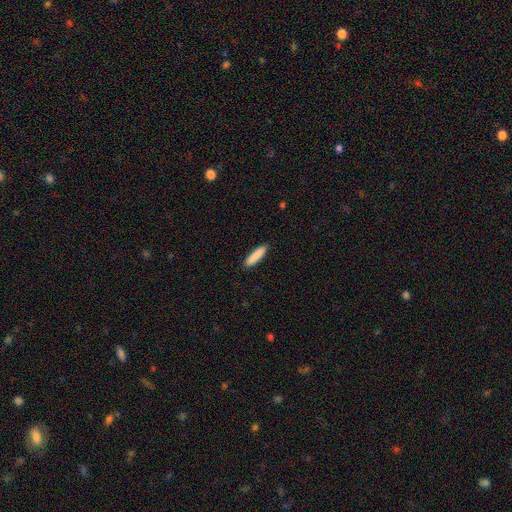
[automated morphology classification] This is clearly a smooth galaxy (88%). How rounded: clearly cigar-shaped (83%). Merging: clearly none (91%).